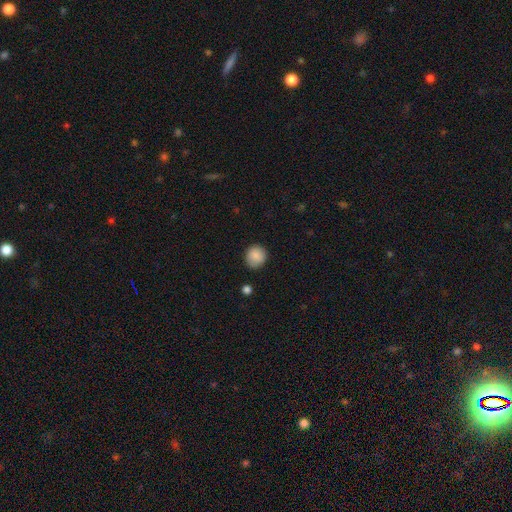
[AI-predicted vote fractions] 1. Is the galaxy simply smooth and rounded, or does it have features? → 88% smooth, 8% star or artifact, 4% featured or disk.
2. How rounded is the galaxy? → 86% round, 13% in between, 1% cigar-shaped.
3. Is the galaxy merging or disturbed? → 86% none, 10% minor disturbance, 2% major disturbance, 1% merger.